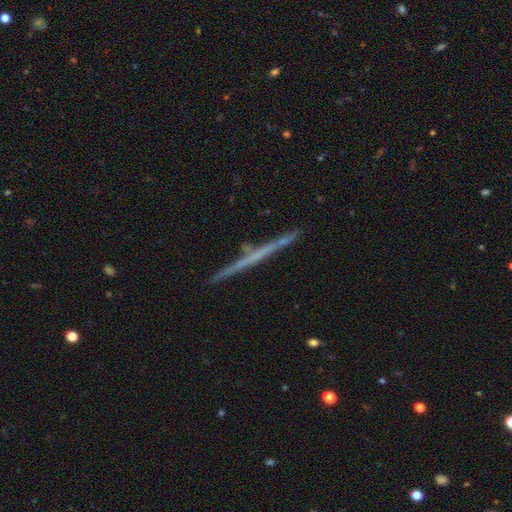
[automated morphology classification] smooth_or_featured: featured or disk (p=0.62) [alt: smooth p=0.32]
disk_edge_on: yes (p=0.97) [alt: no p=0.03]
edge_on_bulge: none (p=0.92) [alt: rounded p=0.05]
merging: none (p=0.90) [alt: minor disturbance p=0.07]